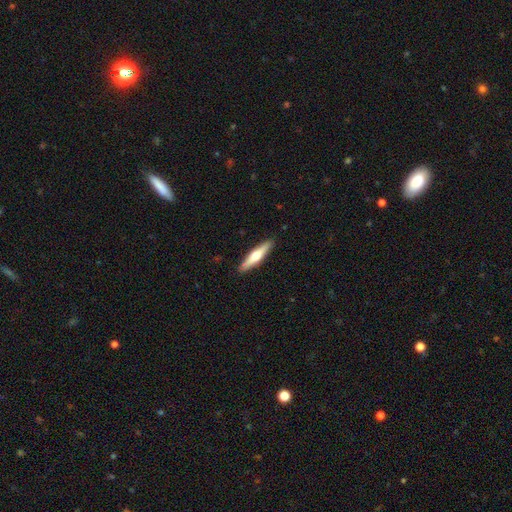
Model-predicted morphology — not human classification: smooth-or-featured: smooth: 48% | featured or disk: 47% | star or artifact: 5%
  merging: none: 91% | minor disturbance: 7% | major disturbance: 1% | merger: 1%